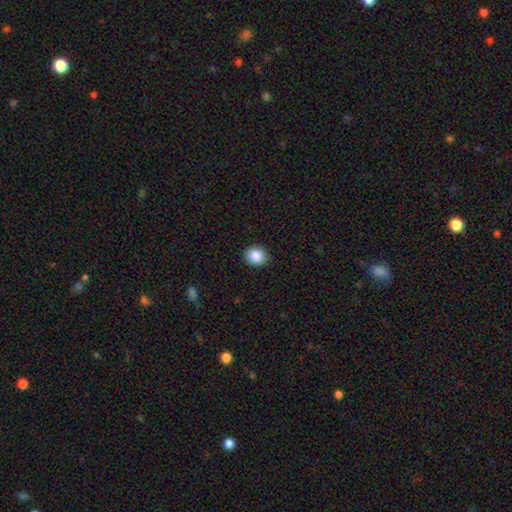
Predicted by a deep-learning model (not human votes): smooth_or_featured: smooth (p=0.87) [alt: star or artifact p=0.09]
how_rounded: round (p=0.69) [alt: in between p=0.30]
merging: none (p=0.91) [alt: minor disturbance p=0.06]